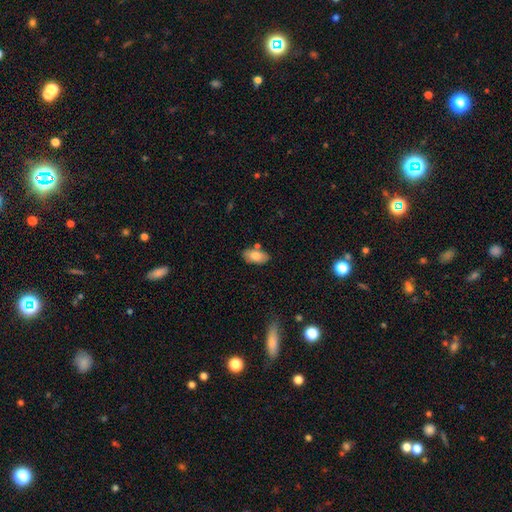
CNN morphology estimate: type=smooth (80%); roundness=in between (94%); merging=none (75%).